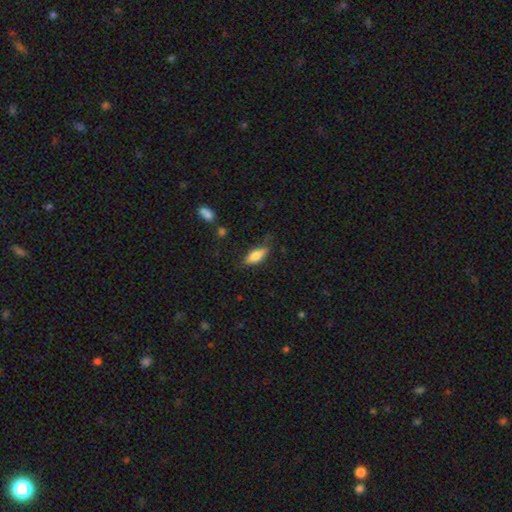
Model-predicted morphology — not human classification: type=smooth (74%); roundness=in between (70%); merging=none (72%).